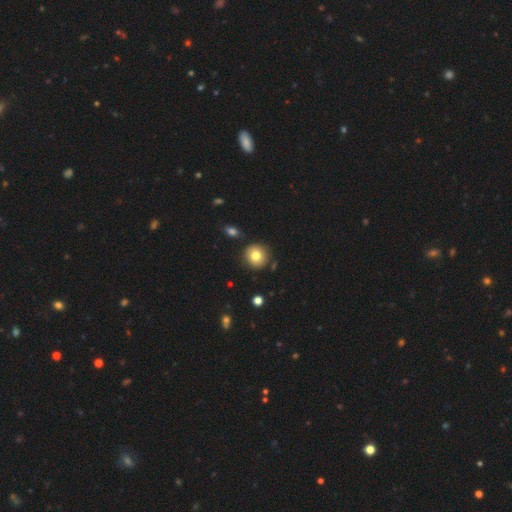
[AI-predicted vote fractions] smooth-or-featured: smooth: 79% | featured or disk: 11% | star or artifact: 10%
  how-rounded: round: 93% | in between: 6% | cigar-shaped: 1%
  merging: none: 87% | minor disturbance: 8% | merger: 3% | major disturbance: 2%